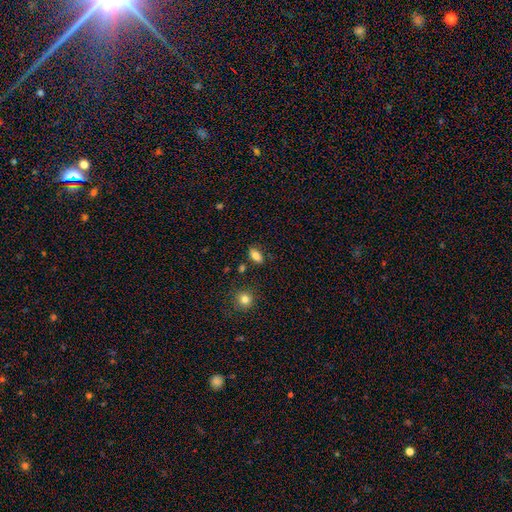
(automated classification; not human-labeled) Smooth or featured? Predicted: smooth (p=0.82). How rounded? Predicted: in between (p=0.87). Merging? Predicted: none (p=0.83).